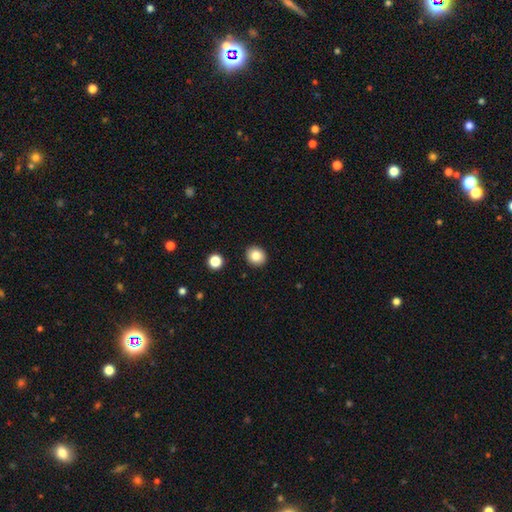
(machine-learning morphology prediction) smooth_or_featured: smooth (p=0.84) [alt: star or artifact p=0.09]
how_rounded: round (p=0.81) [alt: in between p=0.18]
merging: none (p=0.91) [alt: minor disturbance p=0.05]